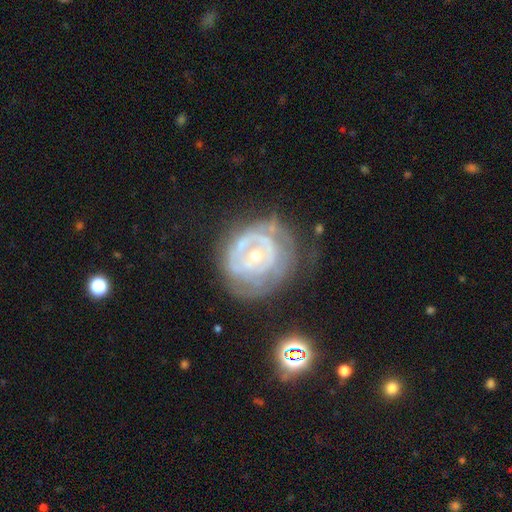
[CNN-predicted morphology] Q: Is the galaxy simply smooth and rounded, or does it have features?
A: featured or disk — 76%.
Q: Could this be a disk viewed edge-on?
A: no — 97%.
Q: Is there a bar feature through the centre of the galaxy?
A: no — 77%.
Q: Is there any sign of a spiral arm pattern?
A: yes — 62%.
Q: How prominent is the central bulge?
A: small — 53%.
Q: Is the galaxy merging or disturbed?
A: none — 52%.